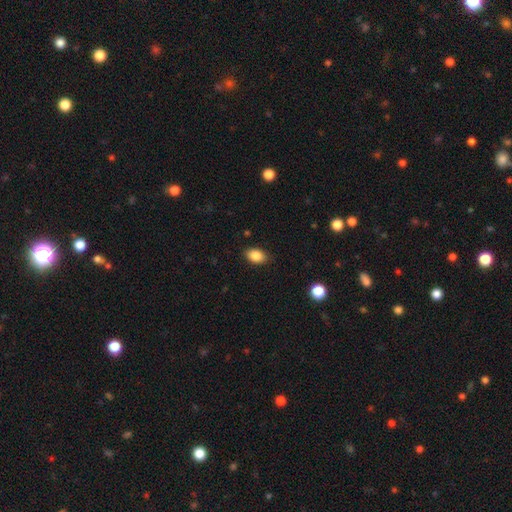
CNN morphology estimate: A smooth galaxy with no disk features (86%) that is in between round and cigar-shaped (83%).

Vote fractions:
- Smooth or featured? smooth: 86% / star or artifact: 9% / featured or disk: 6%
- How rounded? in between: 83% / round: 15% / cigar-shaped: 1%
- Merging? none: 86% / minor disturbance: 11% / major disturbance: 2% / merger: 1%